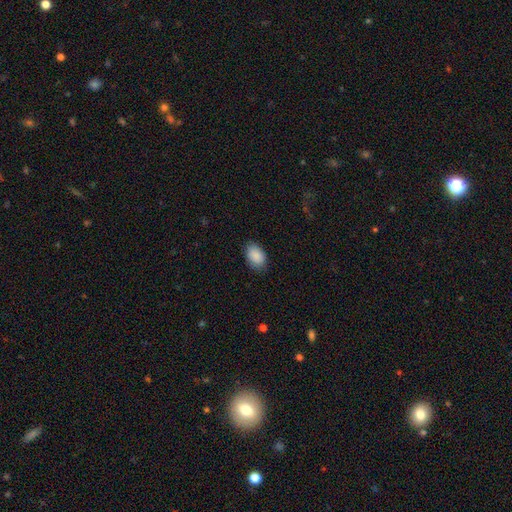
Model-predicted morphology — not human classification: This is clearly a smooth galaxy (90%). How rounded: clearly in between (87%). Merging: clearly none (83%).